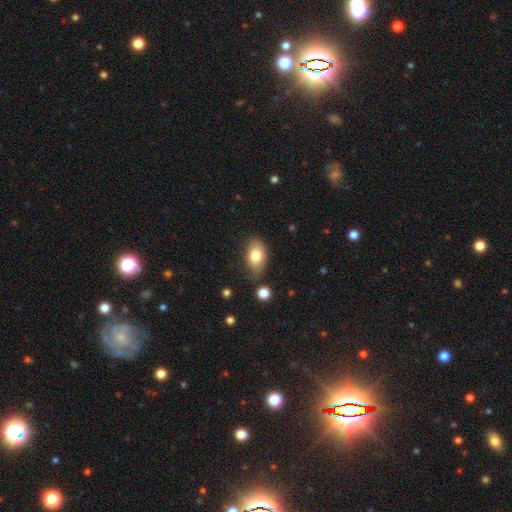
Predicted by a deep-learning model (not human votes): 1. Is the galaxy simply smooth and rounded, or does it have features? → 79% smooth, 13% featured or disk, 8% star or artifact.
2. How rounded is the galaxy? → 89% in between, 9% round, 2% cigar-shaped.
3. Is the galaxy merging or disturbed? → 70% none, 21% minor disturbance, 5% major disturbance, 4% merger.